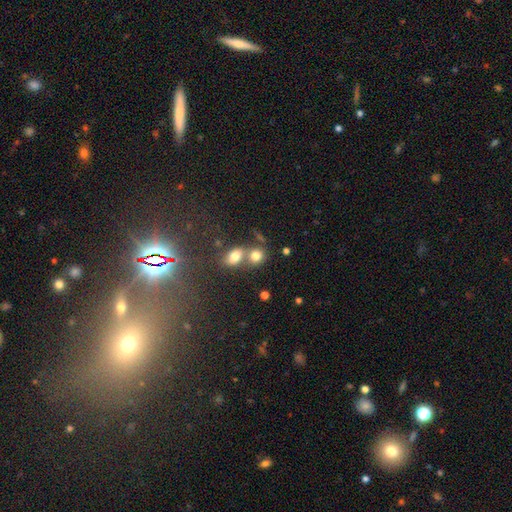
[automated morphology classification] This is likely a smooth galaxy (77%). How rounded: likely round (67%). Merging: possibly merger (46%).